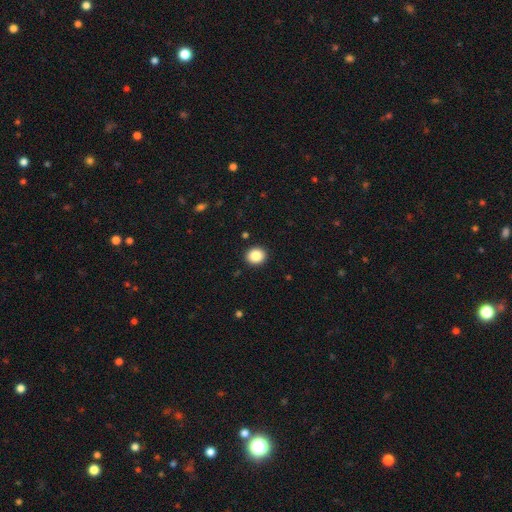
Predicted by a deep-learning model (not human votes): Smooth or featured? smooth (86%)
How rounded? round (84%)
Merging? none (92%)